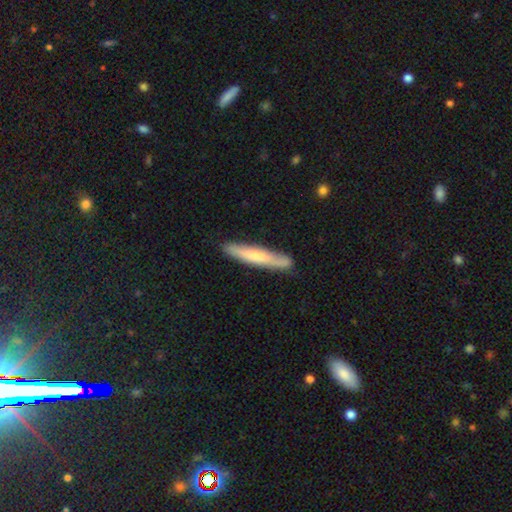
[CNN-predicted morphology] smooth_or_featured: smooth (p=0.61) [alt: featured or disk p=0.34]
how_rounded: cigar-shaped (p=0.92) [alt: in between p=0.07]
merging: none (p=0.81) [alt: minor disturbance p=0.14]